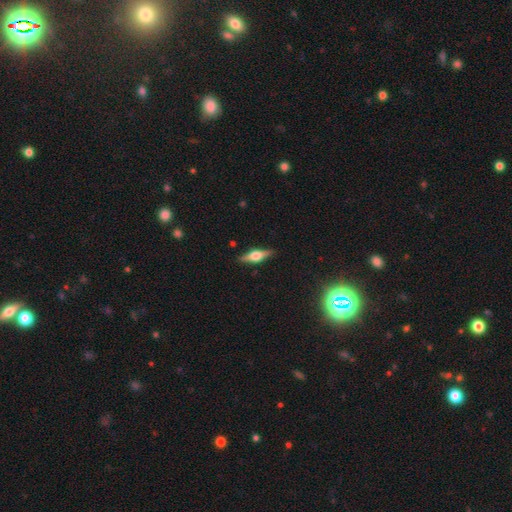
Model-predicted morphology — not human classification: Smooth or featured: featured or disk — 69% (smooth — 25%)
Edge-on disk: yes — 96% (no — 4%)
Edge-on bulge: rounded — 92% (boxy — 6%)
Merging: none — 88% (minor disturbance — 9%)